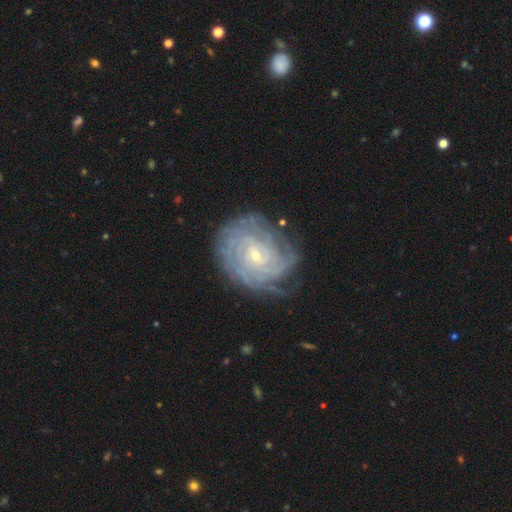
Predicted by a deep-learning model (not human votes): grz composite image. It shows a featured or disk galaxy (88%) with no bar (63%), tight (81%) spiral arms (97%) and a small central bulge (77%). Merging: none (73%).